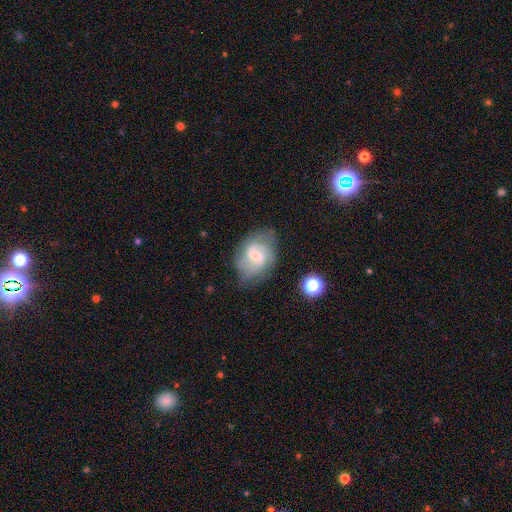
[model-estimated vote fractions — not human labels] Q: Smooth or featured?
A: featured or disk (74%); runner-up: smooth (18%)
Q: Edge-on disk?
A: no (97%); runner-up: yes (3%)
Q: Bar?
A: weak (56%); runner-up: no (33%)
Q: Spiral arms?
A: yes (91%); runner-up: no (9%)
Q: Spiral winding?
A: medium (47%); runner-up: tight (33%)
Q: Spiral arm count?
A: 2 (44%); runner-up: can't tell (28%)
Q: Bulge size?
A: small (60%); runner-up: moderate (33%)
Q: Merging?
A: none (65%); runner-up: minor disturbance (22%)